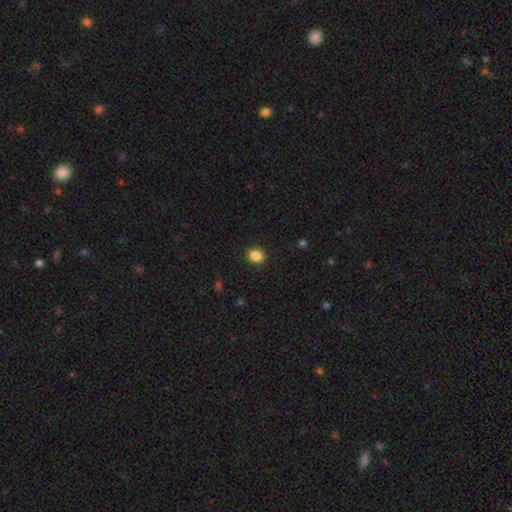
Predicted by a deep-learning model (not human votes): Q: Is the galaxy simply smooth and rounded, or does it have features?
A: smooth — 86%.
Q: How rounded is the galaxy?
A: round — 69%.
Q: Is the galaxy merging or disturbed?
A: none — 91%.